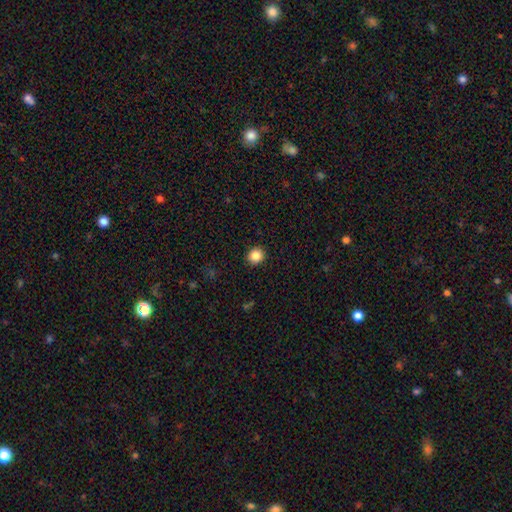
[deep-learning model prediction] This appears to be a smooth galaxy with no disk features (87%) that is round (90%). Merging: none (91%).